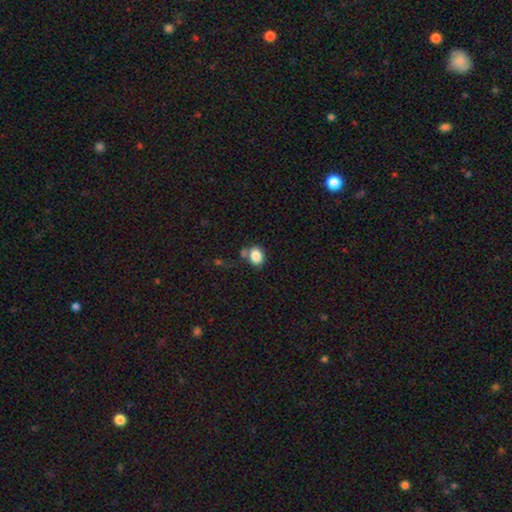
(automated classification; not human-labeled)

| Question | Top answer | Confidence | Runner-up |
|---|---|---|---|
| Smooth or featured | smooth | 86% | star or artifact (9%) |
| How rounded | in between | 61% | round (38%) |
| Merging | none | 58% | merger (20%) |